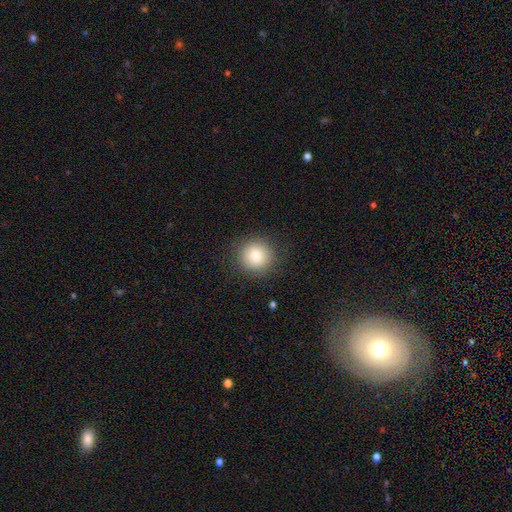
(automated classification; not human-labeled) Smooth or featured? Predicted: smooth (p=0.82). How rounded? Predicted: round (p=0.93). Merging? Predicted: none (p=0.88).